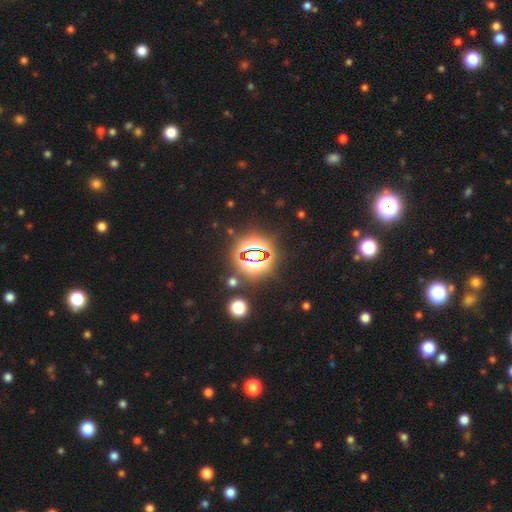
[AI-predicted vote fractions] Smooth or featured: star or artifact — 81% (smooth — 13%)